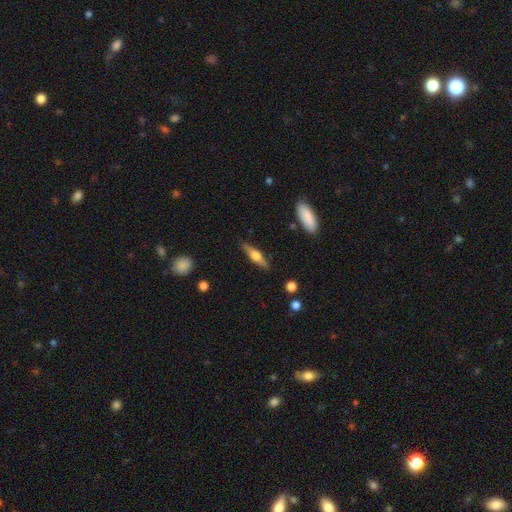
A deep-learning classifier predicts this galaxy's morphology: featured or disk 53%, smooth 41%, star or artifact 6%. Down the decision tree: edge-on disk — yes (93%); merging — none (86%).